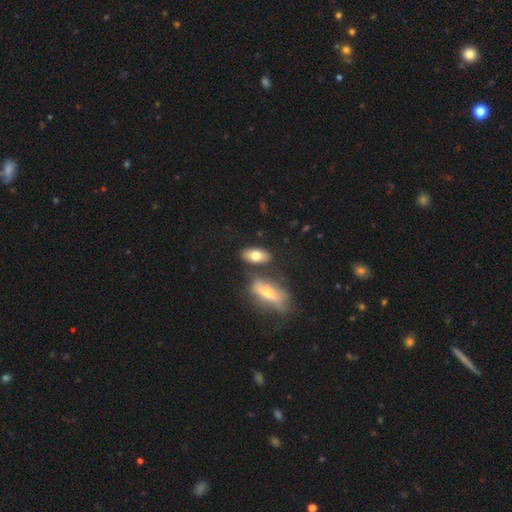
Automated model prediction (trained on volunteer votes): A smooth galaxy with no disk features (74%) that is in between round and cigar-shaped (88%).

Vote fractions:
- Smooth or featured? smooth: 74% / featured or disk: 19% / star or artifact: 7%
- How rounded? in between: 88% / cigar-shaped: 8% / round: 4%
- Merging? none: 70% / merger: 15% / minor disturbance: 12% / major disturbance: 4%